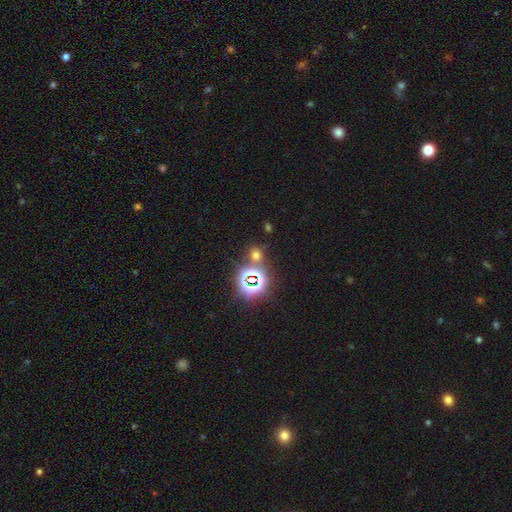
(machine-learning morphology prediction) smooth-or-featured: smooth: 49% | star or artifact: 45% | featured or disk: 7%
  merging: none: 76% | merger: 11% | minor disturbance: 9% | major disturbance: 4%